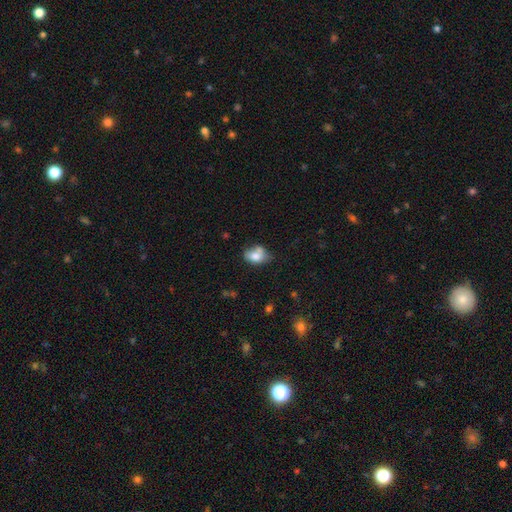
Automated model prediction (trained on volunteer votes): This appears to be a smooth galaxy with no disk features (73%) that is in between round and cigar-shaped (72%). Merging: none (35%).